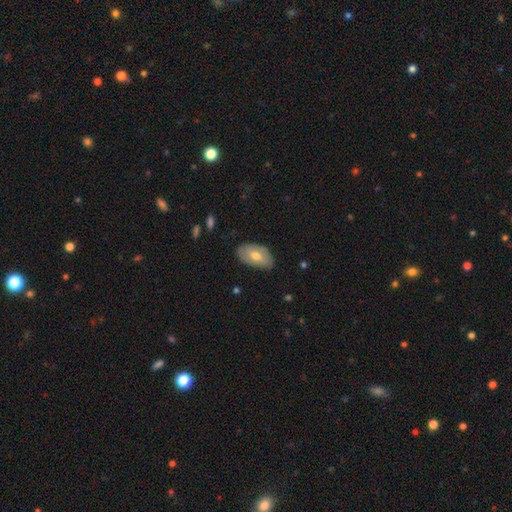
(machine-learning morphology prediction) This is possibly a smooth galaxy (60%). How rounded: clearly in between (93%). Merging: likely none (80%).